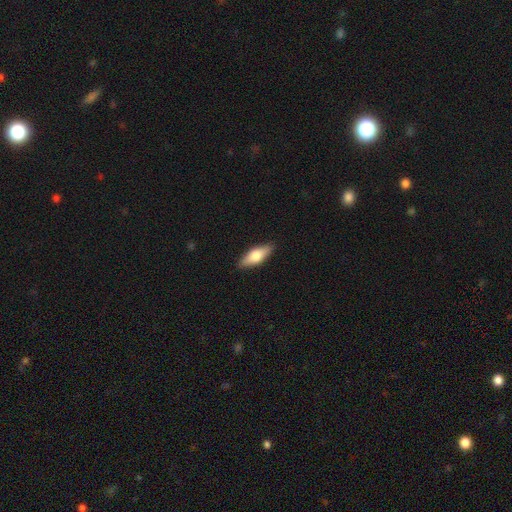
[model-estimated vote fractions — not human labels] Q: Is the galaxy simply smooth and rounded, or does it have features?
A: smooth — 64%.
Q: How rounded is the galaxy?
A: in between — 68%.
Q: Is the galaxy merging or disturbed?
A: none — 88%.